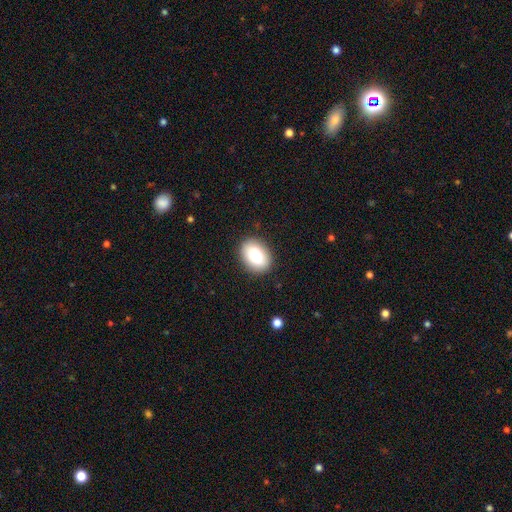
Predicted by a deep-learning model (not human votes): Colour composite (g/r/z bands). It shows a smooth galaxy with no disk features (80%) that is in between round and cigar-shaped (75%). Merging: none (88%).